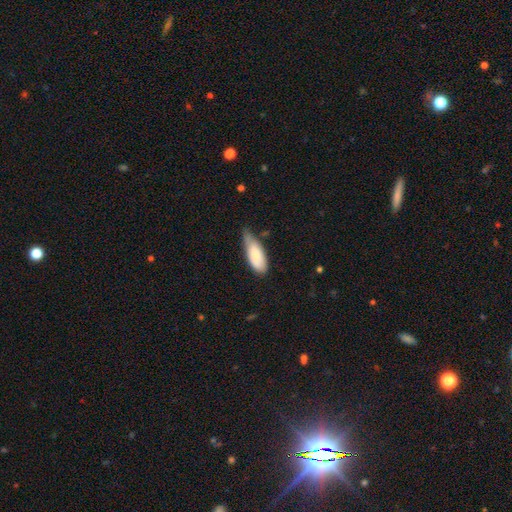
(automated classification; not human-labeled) The model was most divided on "merging": minor disturbance: 50%, none: 34%, major disturbance: 12%, merger: 4%. More confident: smooth or featured — smooth (79%); how rounded — in between (77%).